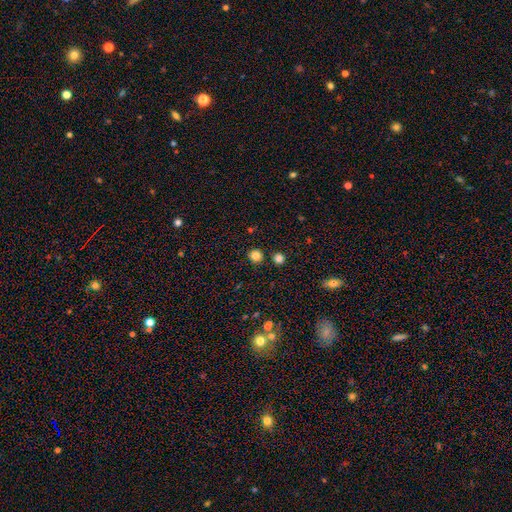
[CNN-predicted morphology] The model was most divided on "smooth or featured": smooth: 82%, star or artifact: 13%, featured or disk: 4%. More confident: how rounded — round (91%); merging — none (87%).